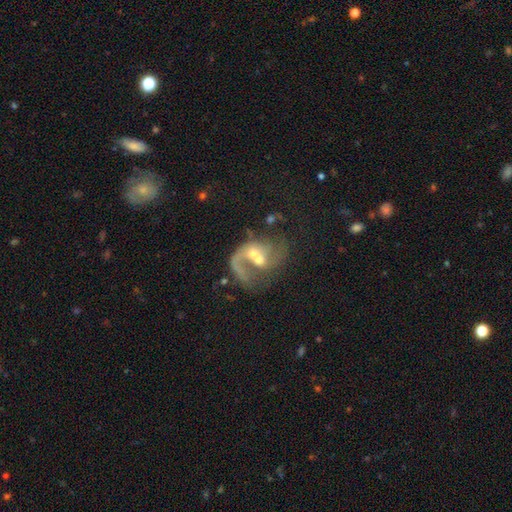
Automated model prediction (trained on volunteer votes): smooth-or-featured: featured or disk: 77% | smooth: 15% | star or artifact: 9%
  disk-edge-on: no: 98% | yes: 2%
    bar: no: 61% | weak: 32% | strong: 8%
    has-spiral-arms: yes: 82% | no: 18%
      spiral-winding: loose: 58% | medium: 33% | tight: 9%
      spiral-arm-count: 1: 57% | 2: 32% | can't tell: 7% | 3: 2% | 4: 1% | more than 4: 1%
    bulge-size: moderate: 53% | small: 34% | large: 6% | none: 5% | dominant: 2%
  merging: merger: 51% | none: 21% | major disturbance: 20% | minor disturbance: 9%